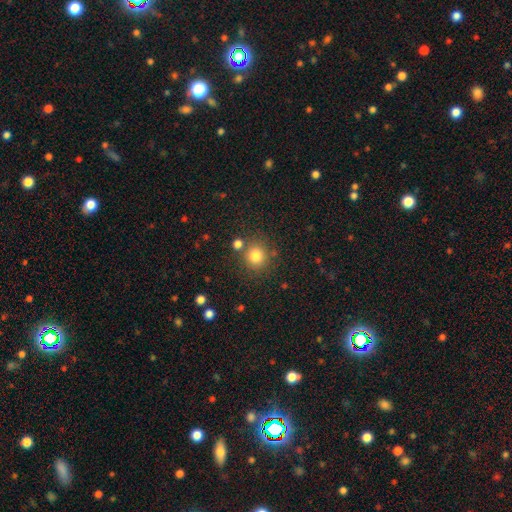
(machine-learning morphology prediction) Q: Smooth or featured?
A: smooth (80%); runner-up: star or artifact (13%)
Q: How rounded?
A: round (90%); runner-up: in between (9%)
Q: Merging?
A: none (79%); runner-up: minor disturbance (9%)